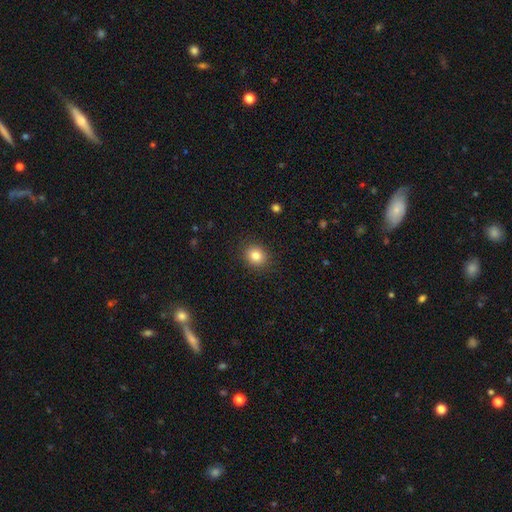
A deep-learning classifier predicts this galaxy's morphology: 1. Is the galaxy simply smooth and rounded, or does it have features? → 83% smooth, 11% star or artifact, 6% featured or disk.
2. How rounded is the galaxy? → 76% round, 24% in between, 1% cigar-shaped.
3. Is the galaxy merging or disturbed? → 90% none, 7% minor disturbance, 2% major disturbance, 1% merger.